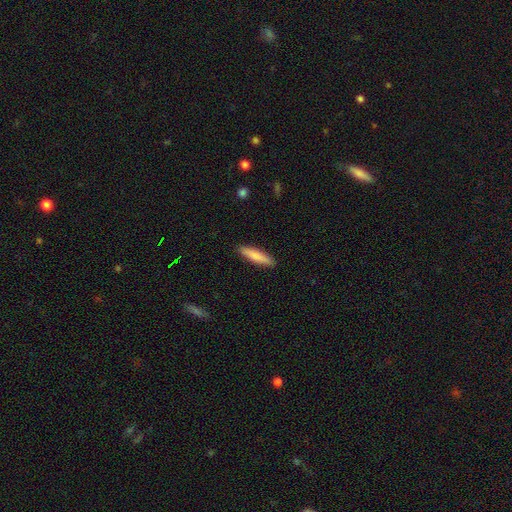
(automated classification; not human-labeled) This appears to be a smooth galaxy with no disk features (80%) that is cigar-shaped (81%). Merging: none (90%).